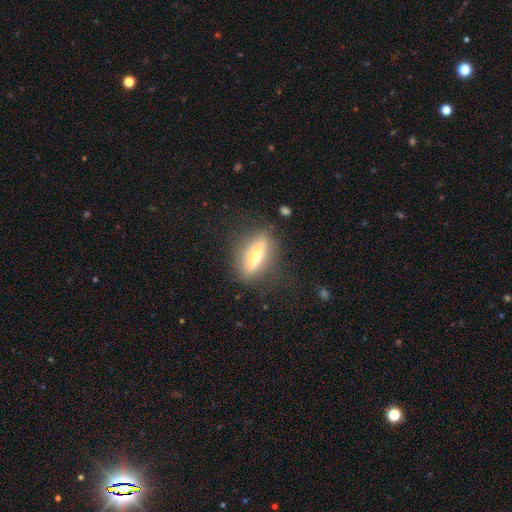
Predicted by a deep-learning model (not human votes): smooth_or_featured: featured or disk (p=0.56) [alt: smooth p=0.36]
disk_edge_on: yes (p=0.76) [alt: no p=0.24]
merging: none (p=0.80) [alt: minor disturbance p=0.12]